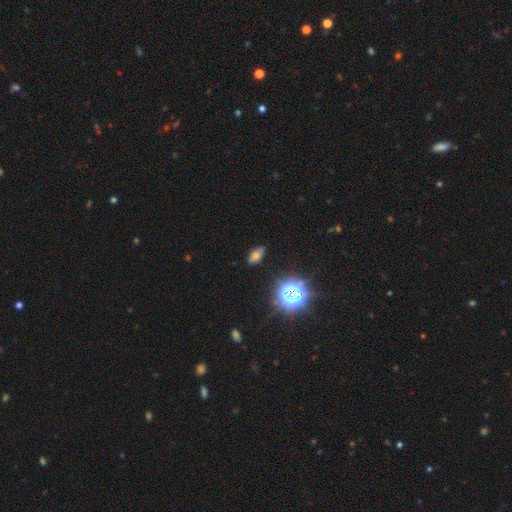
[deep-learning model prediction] Smooth or featured? Predicted: smooth (p=0.61). How rounded? Predicted: in between (p=0.86). Merging? Predicted: none (p=0.82).